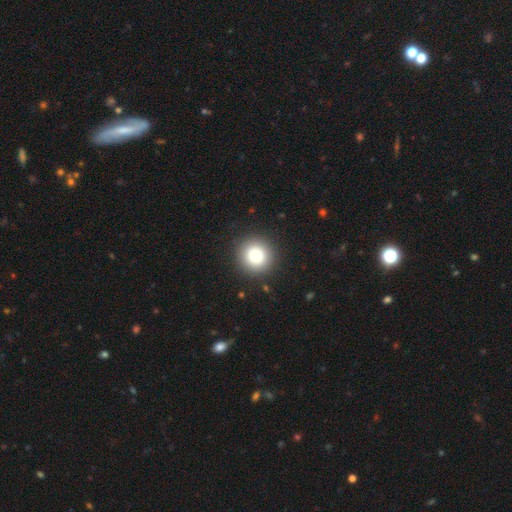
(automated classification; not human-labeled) Smooth or featured? smooth (80%)
How rounded? round (94%)
Merging? none (91%)